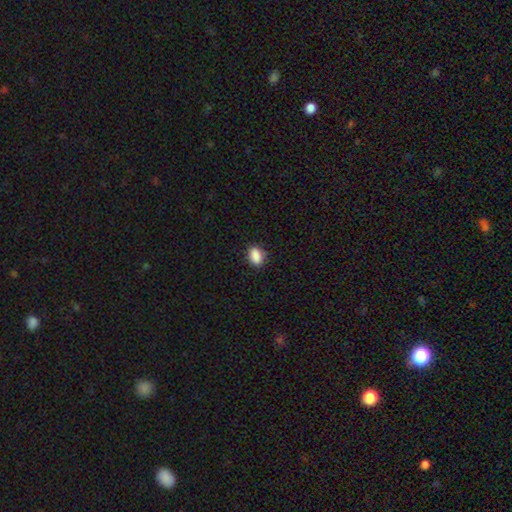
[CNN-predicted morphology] smooth-or-featured: smooth: 89% | star or artifact: 8% | featured or disk: 3%
  how-rounded: in between: 80% | round: 18% | cigar-shaped: 2%
  merging: none: 84% | minor disturbance: 12% | major disturbance: 2% | merger: 1%